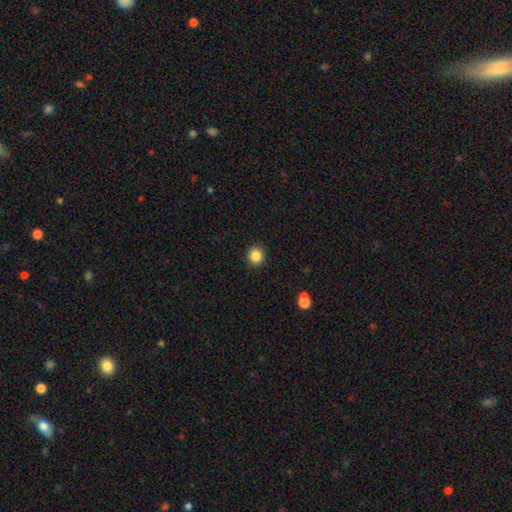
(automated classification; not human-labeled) Smooth or featured: smooth — 85% (star or artifact — 10%)
How rounded: round — 90% (in between — 9%)
Merging: none — 92% (minor disturbance — 5%)